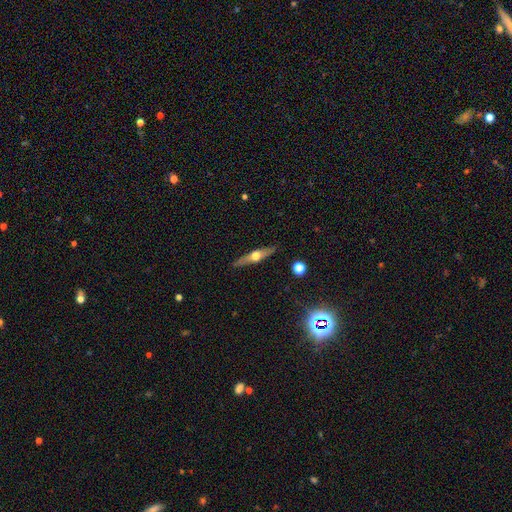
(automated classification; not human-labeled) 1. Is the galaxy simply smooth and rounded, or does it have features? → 66% featured or disk, 27% smooth, 7% star or artifact.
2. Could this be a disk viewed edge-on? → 95% yes, 5% no.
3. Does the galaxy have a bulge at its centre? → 95% rounded, 3% none, 2% boxy.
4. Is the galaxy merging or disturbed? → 88% none, 9% minor disturbance, 2% major disturbance, 1% merger.